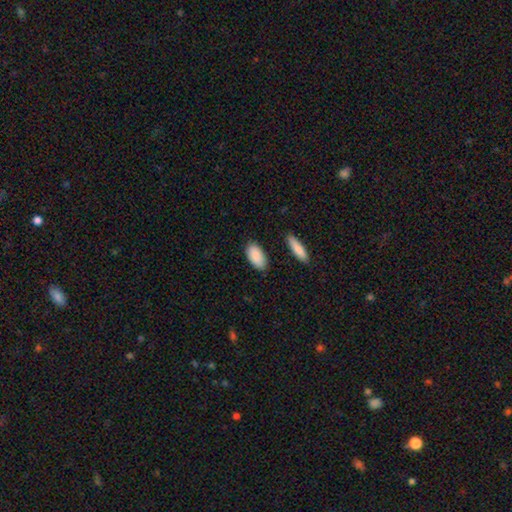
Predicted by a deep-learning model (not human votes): Smooth or featured: smooth — 90% (star or artifact — 6%)
How rounded: in between — 92% (cigar-shaped — 6%)
Merging: none — 84% (minor disturbance — 11%)